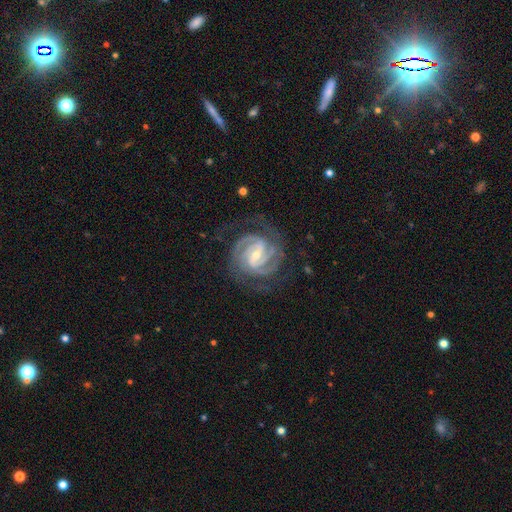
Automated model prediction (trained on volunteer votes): Overall: featured or disk (93%). Edge-on disk: no (98%). Bar: weak (43%; strong 37%). Spiral arms: yes (99%). Spiral arm count: 3 (35%; 2 34%). Spiral winding: tight (67%; medium 30%). Bulge size: small (63%; moderate 34%). Merging: none (77%).